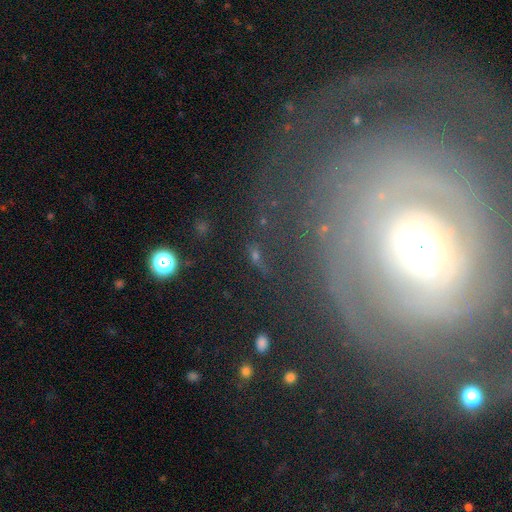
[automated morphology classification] A star or artifact, not a galaxy (41%).

Vote fractions:
- Smooth or featured? star or artifact: 41% / smooth: 38% / featured or disk: 21%